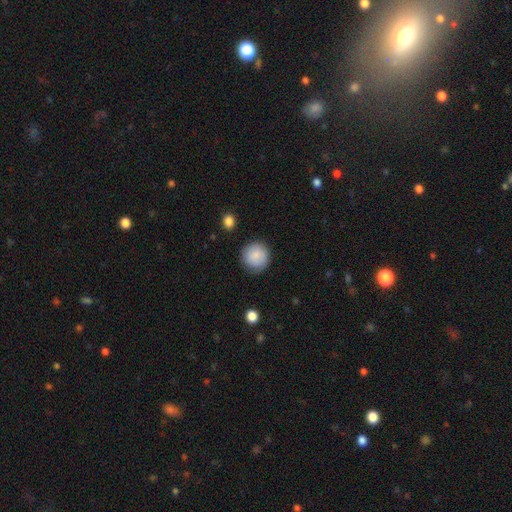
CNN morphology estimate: A smooth galaxy with no disk features (86%) that is round (94%). Merging: none (87%).